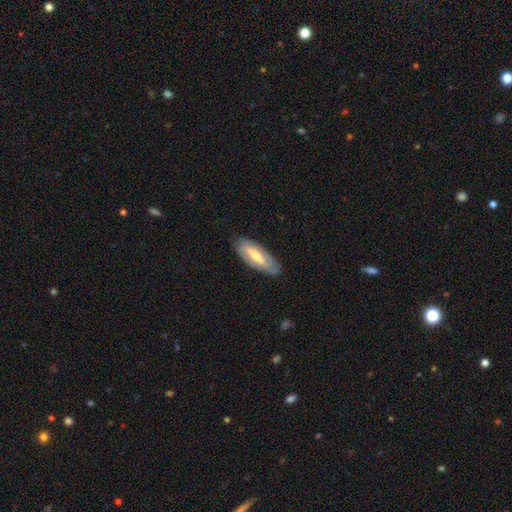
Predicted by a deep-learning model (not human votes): Overall: featured or disk (50%; smooth 45%). Merging: none (81%).